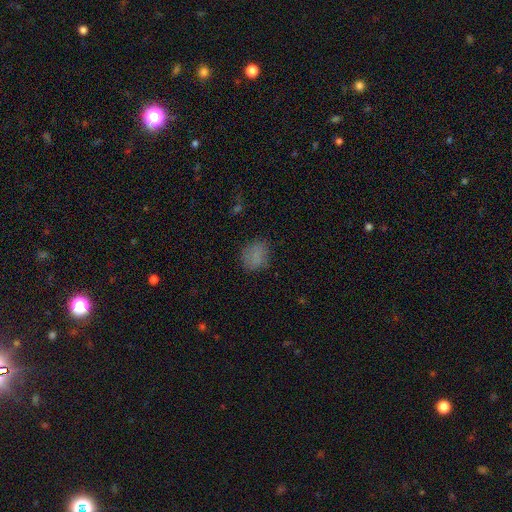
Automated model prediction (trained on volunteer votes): smooth_or_featured: smooth (p=0.78) [alt: star or artifact p=0.14]
how_rounded: round (p=0.62) [alt: in between p=0.37]
merging: none (p=0.73) [alt: minor disturbance p=0.19]